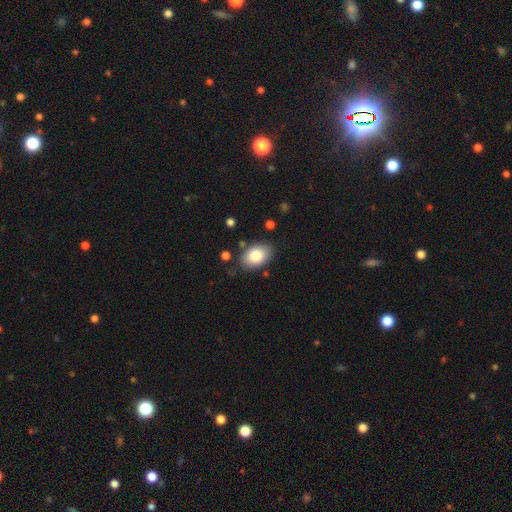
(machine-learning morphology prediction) The model was most divided on "smooth or featured": smooth: 81%, featured or disk: 12%, star or artifact: 7%. More confident: how rounded — in between (88%); merging — none (83%).